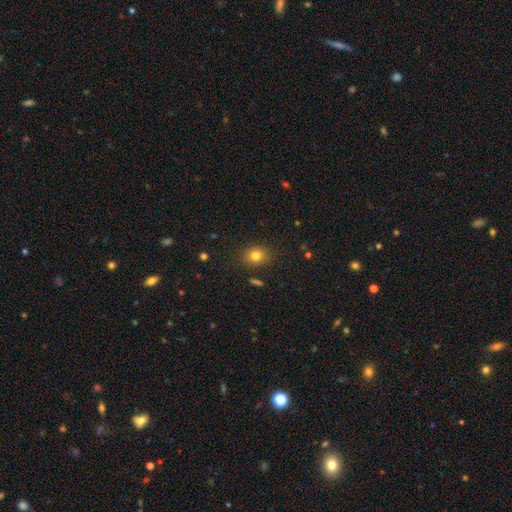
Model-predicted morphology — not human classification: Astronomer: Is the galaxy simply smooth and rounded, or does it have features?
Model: smooth — 80%.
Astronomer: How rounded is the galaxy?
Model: round — 56% (runner-up: in between, 43%).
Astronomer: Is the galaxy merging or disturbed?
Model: none — 85%.